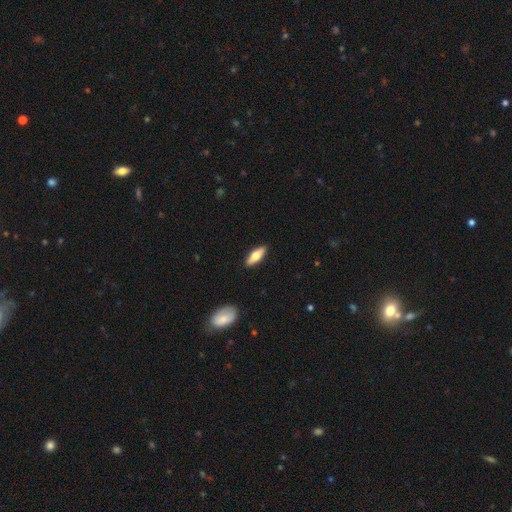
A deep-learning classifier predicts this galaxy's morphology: Smooth or featured? smooth (61%)
How rounded? in between (54%)
Merging? none (90%)